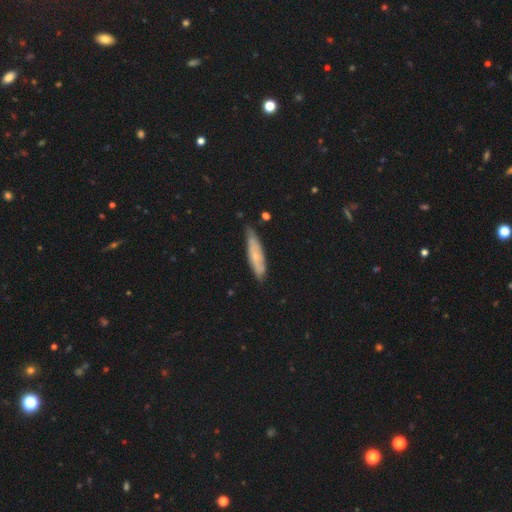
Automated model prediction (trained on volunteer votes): smooth_or_featured: smooth (p=0.52) [alt: featured or disk p=0.41]
how_rounded: cigar-shaped (p=0.74) [alt: in between p=0.25]
merging: none (p=0.66) [alt: minor disturbance p=0.27]